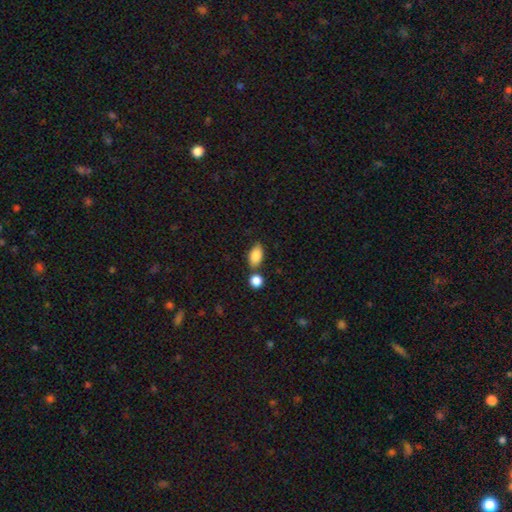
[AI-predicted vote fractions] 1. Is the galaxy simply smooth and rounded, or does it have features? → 85% smooth, 8% star or artifact, 7% featured or disk.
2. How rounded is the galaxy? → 88% in between, 9% round, 3% cigar-shaped.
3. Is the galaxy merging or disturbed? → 67% none, 15% merger, 14% minor disturbance, 4% major disturbance.